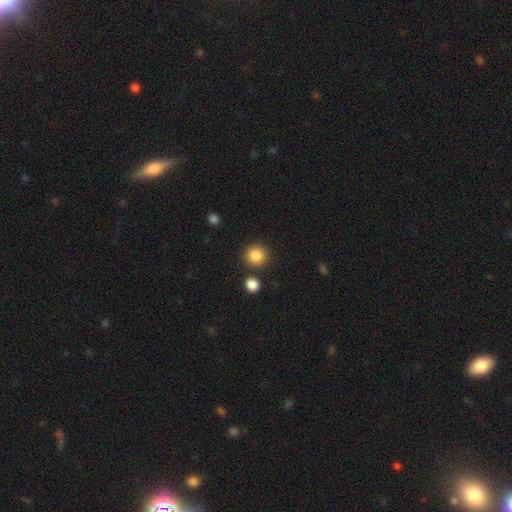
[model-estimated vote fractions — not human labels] A smooth galaxy with no disk features (87%) that is round (92%). Merging: none (86%).